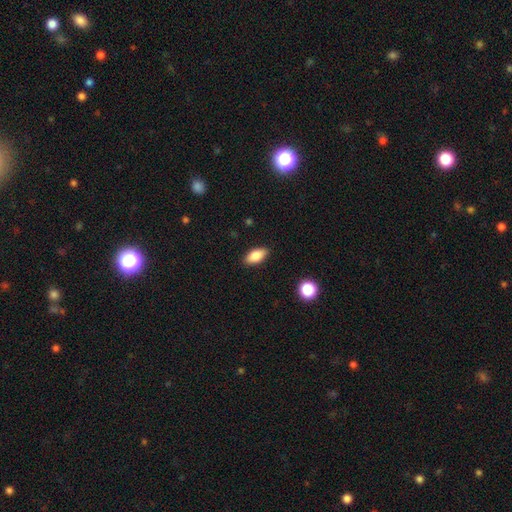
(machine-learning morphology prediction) Overall: smooth (83%). How rounded: in between (88%). Merging: none (89%).